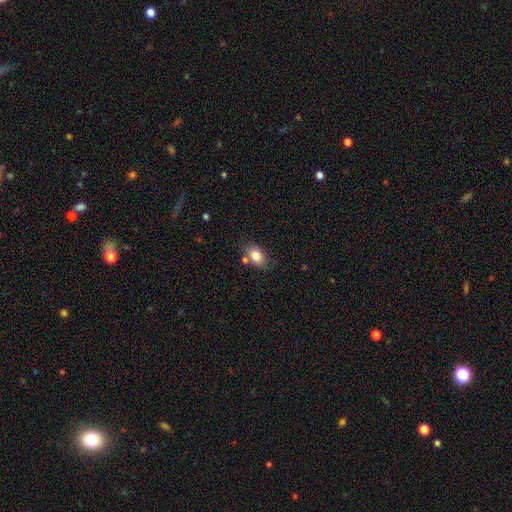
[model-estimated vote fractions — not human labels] Q: Smooth or featured?
A: smooth (82%); runner-up: featured or disk (9%)
Q: How rounded?
A: in between (78%); runner-up: round (21%)
Q: Merging?
A: none (70%); runner-up: minor disturbance (15%)